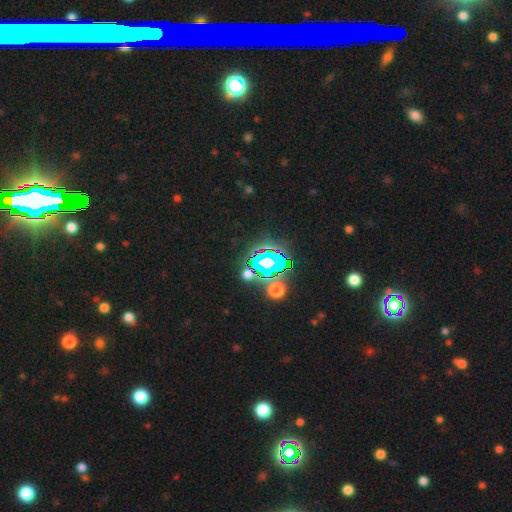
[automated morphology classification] Smooth or featured: star or artifact — 75% (smooth — 15%)